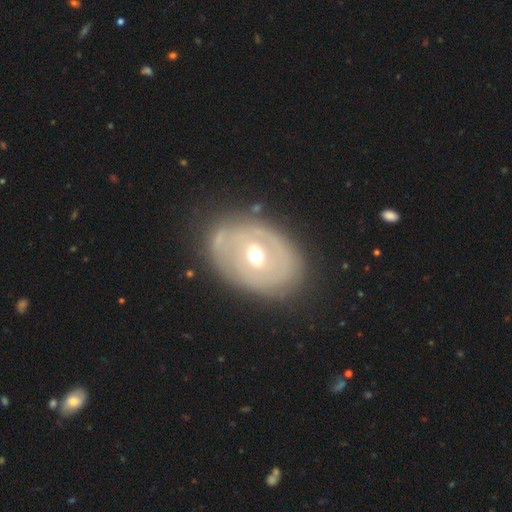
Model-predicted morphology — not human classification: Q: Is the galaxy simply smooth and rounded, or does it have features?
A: featured or disk — 66%.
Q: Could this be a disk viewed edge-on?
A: no — 93%.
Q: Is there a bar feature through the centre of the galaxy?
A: no — 59%.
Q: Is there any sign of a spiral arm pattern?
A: no — 64%.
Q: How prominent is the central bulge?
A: moderate — 75%.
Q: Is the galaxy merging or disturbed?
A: none — 74%.